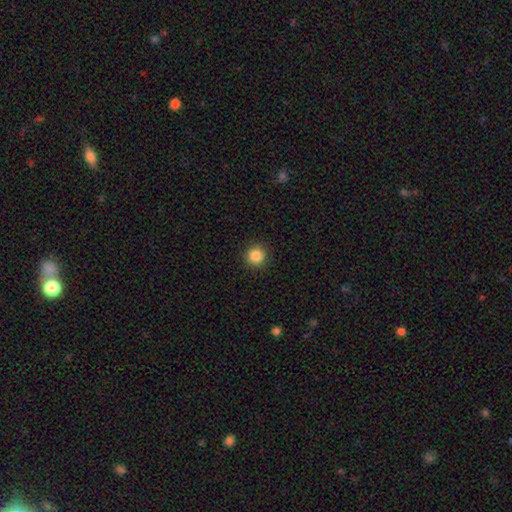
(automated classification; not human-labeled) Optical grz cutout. It shows a smooth galaxy with no disk features (87%) that is round (95%). Merging: none (92%).